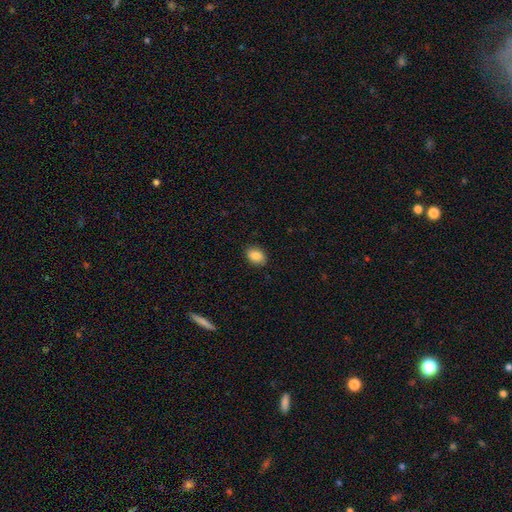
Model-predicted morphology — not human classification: Smooth or featured: smooth — 86% (star or artifact — 8%)
How rounded: in between — 76% (round — 22%)
Merging: none — 88% (minor disturbance — 9%)